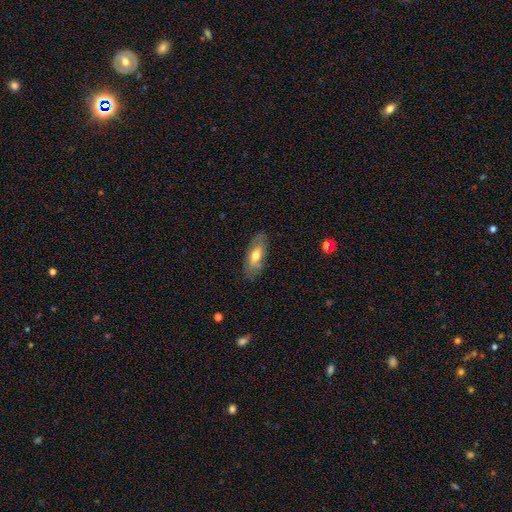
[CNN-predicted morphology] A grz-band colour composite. It shows a smooth galaxy with no disk features (60%) that is in between round and cigar-shaped (77%). Merging: none (81%).